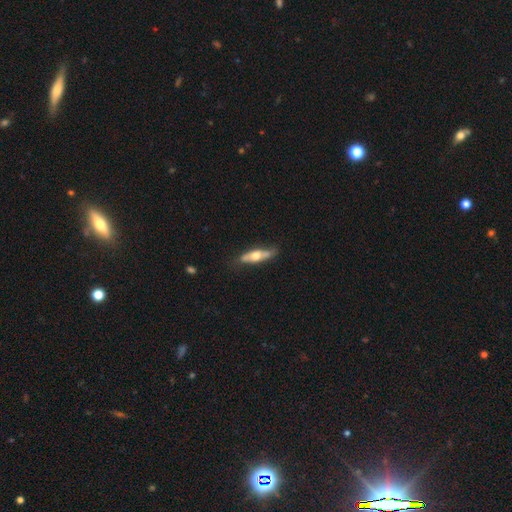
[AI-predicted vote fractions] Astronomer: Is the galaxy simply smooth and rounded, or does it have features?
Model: featured or disk — 52% (runner-up: smooth, 43%).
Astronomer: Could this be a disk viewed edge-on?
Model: yes — 73%.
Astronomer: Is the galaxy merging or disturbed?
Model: none — 74%.